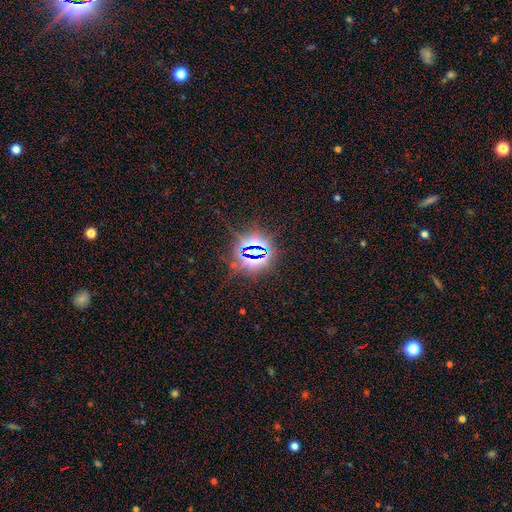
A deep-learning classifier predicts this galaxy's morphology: type=star or artifact (82%).